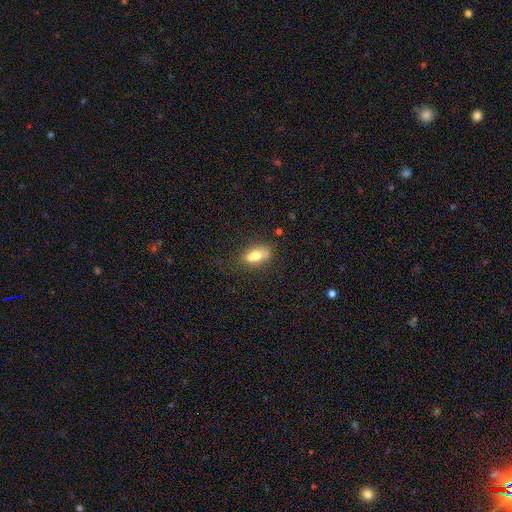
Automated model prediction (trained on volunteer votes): Smooth or featured? smooth (64%)
How rounded? in between (78%)
Merging? none (49%)